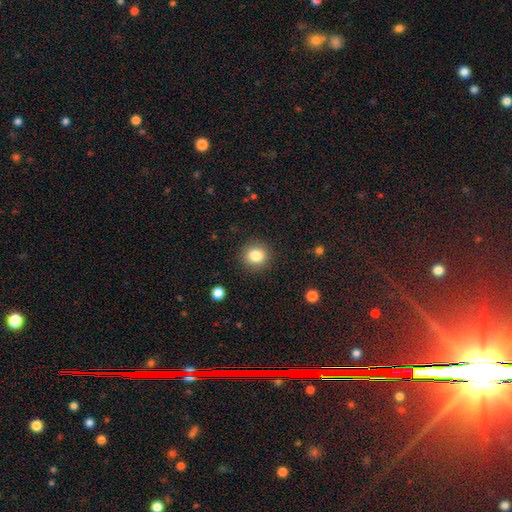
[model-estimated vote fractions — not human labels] A smooth galaxy with no disk features (83%) that is round (86%). Merging: none (89%).